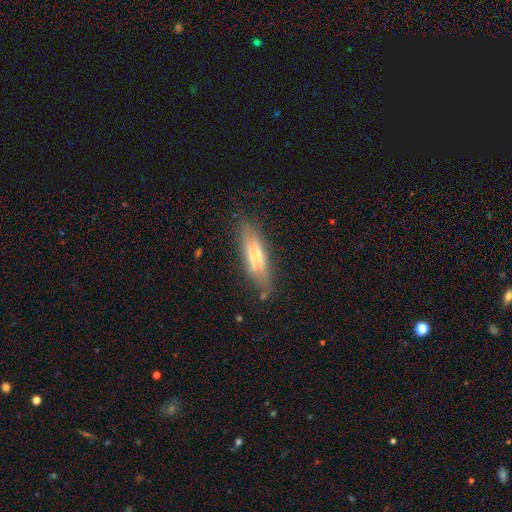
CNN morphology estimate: This is possibly a featured or disk galaxy (53%). It is clearly viewed edge-on (84%). Merging: likely none (77%).